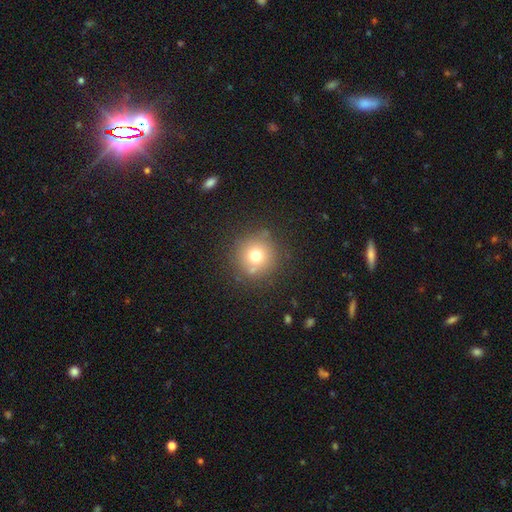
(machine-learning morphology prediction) smooth 73%, star or artifact 14%, featured or disk 12%. Down the decision tree: how rounded — round (94%); merging — none (80%).